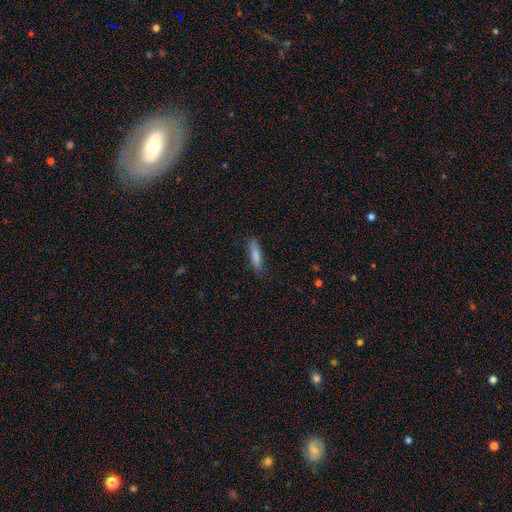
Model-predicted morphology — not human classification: Smooth or featured: smooth — 81% (featured or disk — 12%)
How rounded: cigar-shaped — 75% (in between — 23%)
Merging: none — 81% (minor disturbance — 14%)